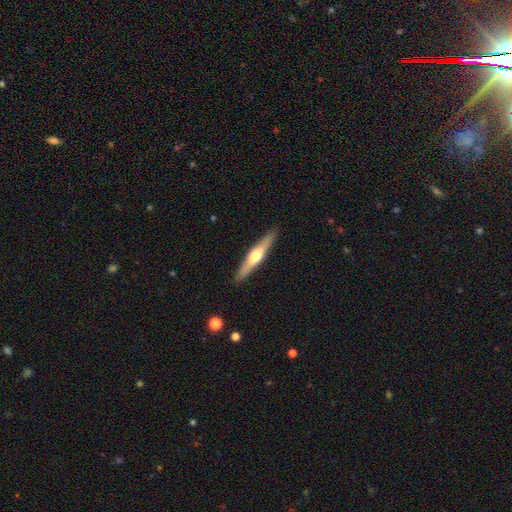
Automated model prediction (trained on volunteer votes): featured or disk 62%, smooth 33%, star or artifact 5%. Down the decision tree: edge-on disk — yes (96%); edge-on bulge — rounded (92%); merging — none (90%).